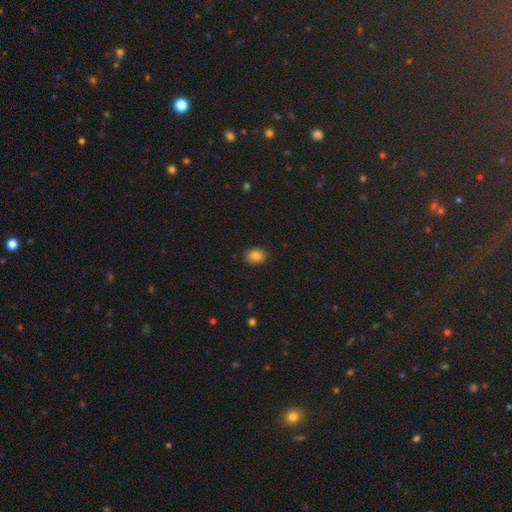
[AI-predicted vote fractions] This appears to be a smooth galaxy with no disk features (84%) that is in between round and cigar-shaped (61%). Merging: none (88%).